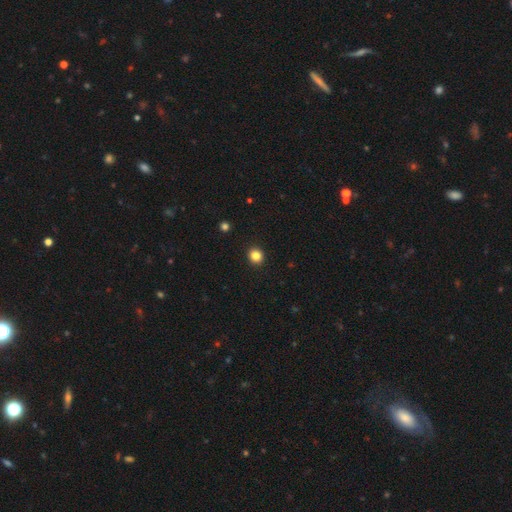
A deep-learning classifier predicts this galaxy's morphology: smooth_or_featured: smooth (p=0.85) [alt: star or artifact p=0.11]
how_rounded: round (p=0.87) [alt: in between p=0.12]
merging: none (p=0.93) [alt: minor disturbance p=0.05]